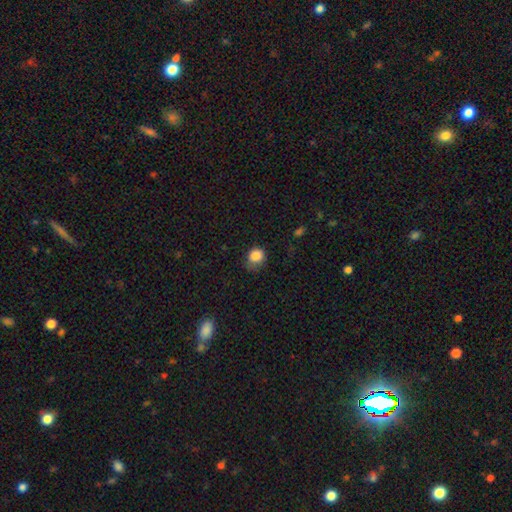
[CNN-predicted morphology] This appears to be a smooth galaxy with no disk features (85%) that is round (64%). Merging: none (50%).